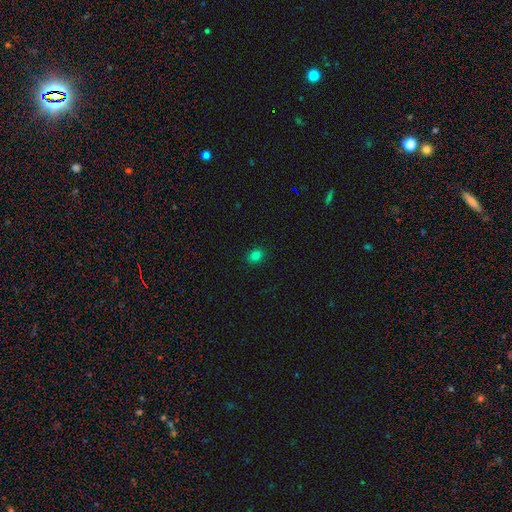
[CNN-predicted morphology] smooth-or-featured: smooth: 79% | star or artifact: 15% | featured or disk: 6%
  how-rounded: round: 65% | in between: 34% | cigar-shaped: 1%
  merging: none: 90% | minor disturbance: 8% | major disturbance: 2% | merger: 1%